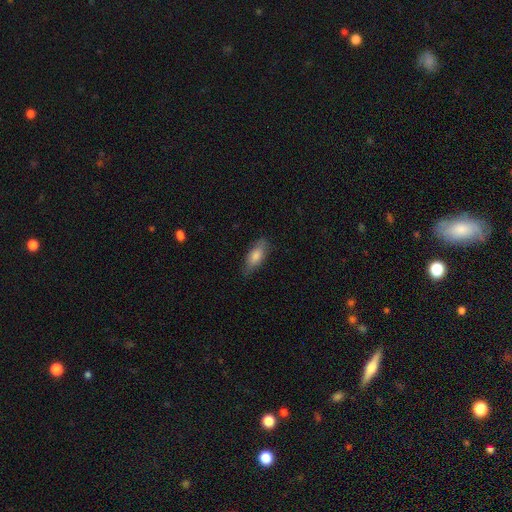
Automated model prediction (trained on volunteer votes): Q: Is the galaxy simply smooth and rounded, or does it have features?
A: smooth — 75%.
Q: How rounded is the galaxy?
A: in between — 69%.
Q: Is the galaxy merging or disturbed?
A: none — 78%.